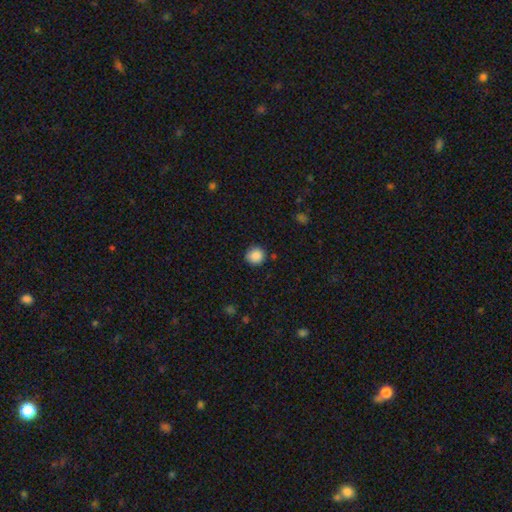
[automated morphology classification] Smooth or featured? Predicted: smooth (p=0.88). How rounded? Predicted: round (p=0.92). Merging? Predicted: none (p=0.86).